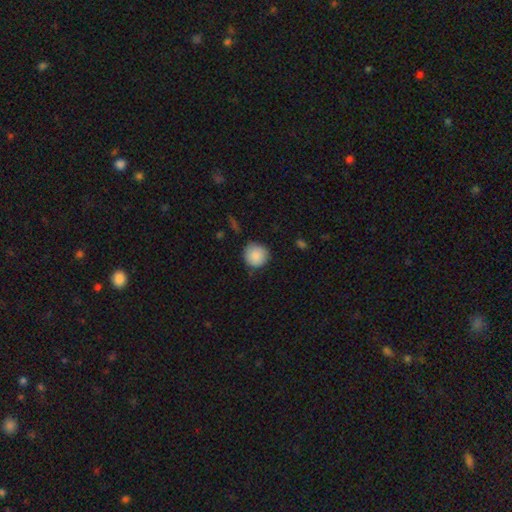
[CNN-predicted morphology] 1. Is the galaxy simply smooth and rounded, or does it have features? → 87% smooth, 7% star or artifact, 6% featured or disk.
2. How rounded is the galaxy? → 92% round, 7% in between, 1% cigar-shaped.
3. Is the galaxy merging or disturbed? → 78% none, 18% minor disturbance, 3% major disturbance, 2% merger.